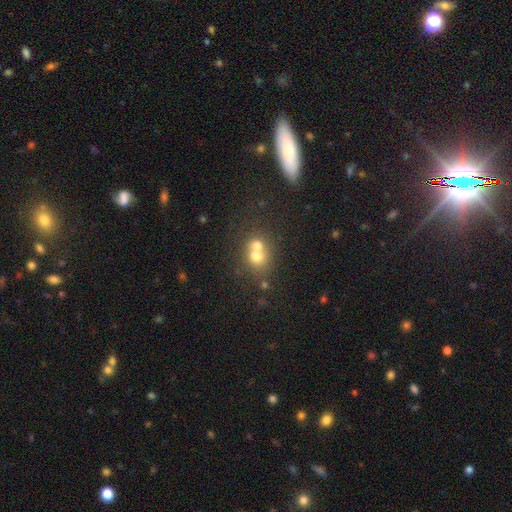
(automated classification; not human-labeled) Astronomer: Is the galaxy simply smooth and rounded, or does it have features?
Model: smooth — 67%.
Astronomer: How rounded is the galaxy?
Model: round — 72%.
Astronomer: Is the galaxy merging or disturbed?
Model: merger — 65%.